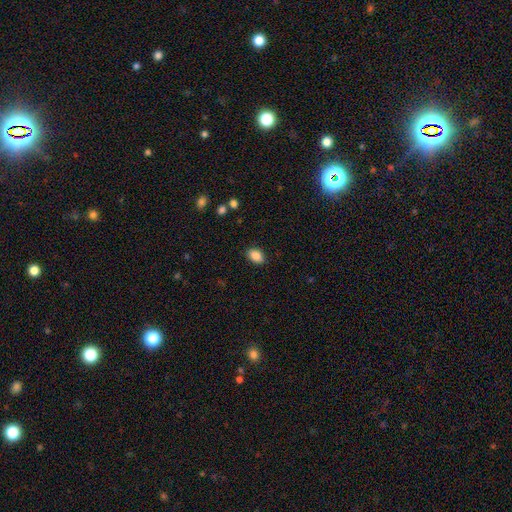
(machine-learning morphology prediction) A smooth galaxy with no disk features (88%) that is in between round and cigar-shaped (85%). Merging: none (87%).